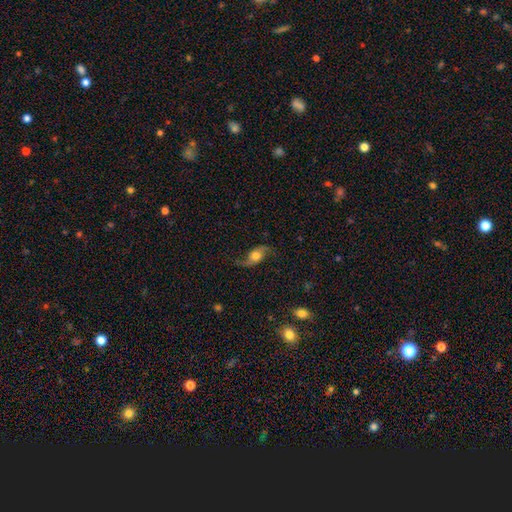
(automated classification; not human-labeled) Smooth or featured? featured or disk (71%)
Edge-on disk? no (91%)
Bar? no (70%)
Spiral arms? yes (93%)
Spiral winding? loose (85%)
Spiral arm count? 2 (92%)
Bulge size? moderate (55%)
Merging? none (71%)